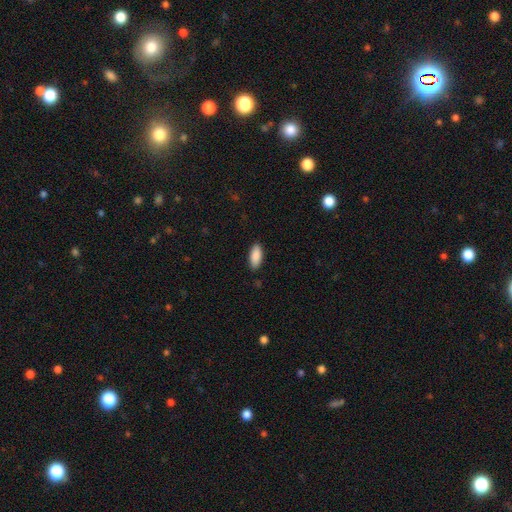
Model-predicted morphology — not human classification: A smooth galaxy with no disk features (90%) that is in between round and cigar-shaped (82%). Merging: none (88%).